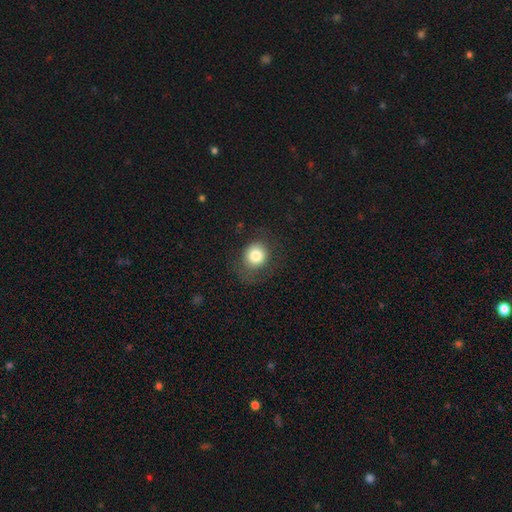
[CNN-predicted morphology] The model was most divided on "merging": none: 76%, minor disturbance: 15%, major disturbance: 8%, merger: 1%. More confident: how rounded — round (83%); smooth or featured — smooth (82%).